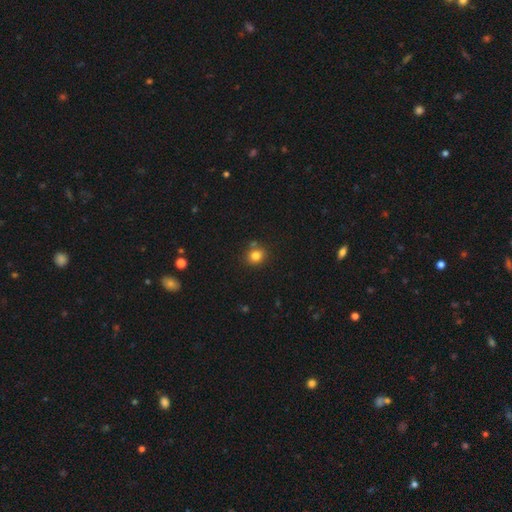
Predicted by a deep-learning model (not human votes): Smooth or featured? smooth (81%)
How rounded? round (76%)
Merging? none (76%)